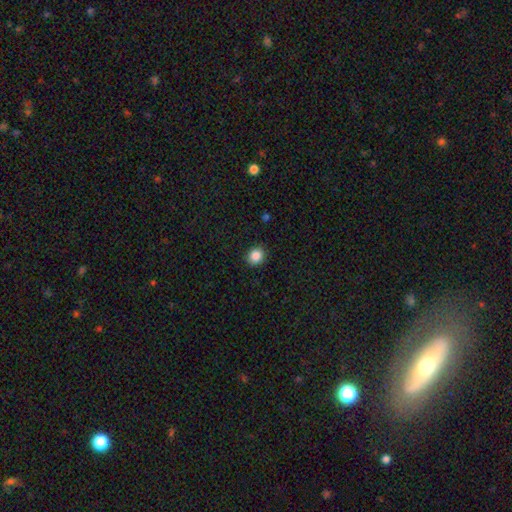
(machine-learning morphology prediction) Smooth or featured? smooth (87%)
How rounded? round (76%)
Merging? none (91%)